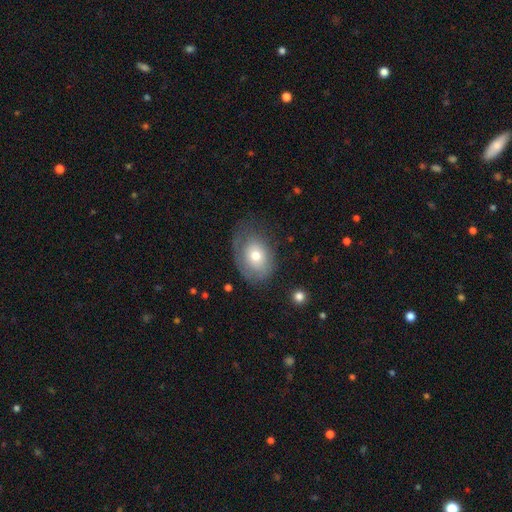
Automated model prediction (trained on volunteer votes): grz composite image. It shows a smooth galaxy with no disk features (61%) that is in between round and cigar-shaped (71%). Merging: none (53%).